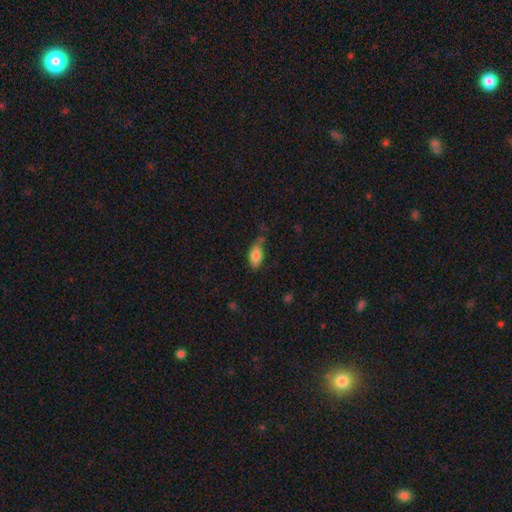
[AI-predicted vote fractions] Smooth or featured: smooth — 82% (featured or disk — 11%)
How rounded: in between — 88% (cigar-shaped — 8%)
Merging: none — 54% (minor disturbance — 30%)